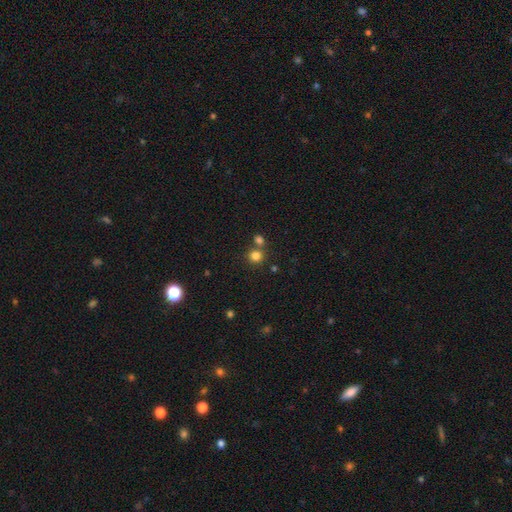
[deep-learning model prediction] This appears to be a smooth galaxy with no disk features (80%) that is round (89%). Merging: none (64%).